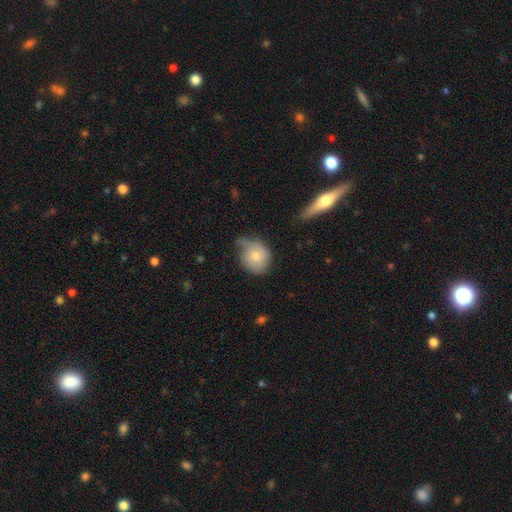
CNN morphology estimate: Q: Smooth or featured?
A: smooth (69%); runner-up: featured or disk (24%)
Q: How rounded?
A: round (73%); runner-up: in between (26%)
Q: Merging?
A: minor disturbance (39%); runner-up: none (37%)